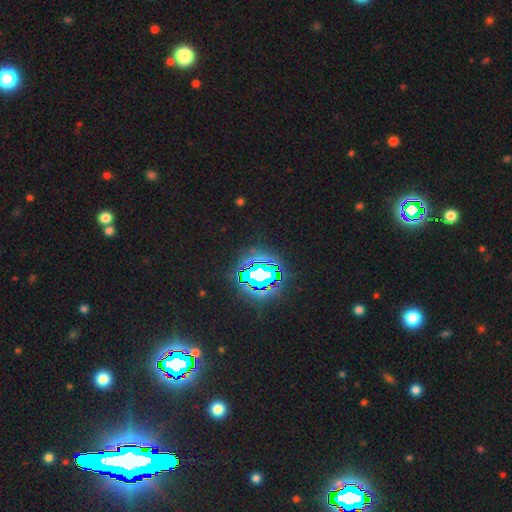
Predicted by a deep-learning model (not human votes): Smooth or featured? star or artifact (83%)